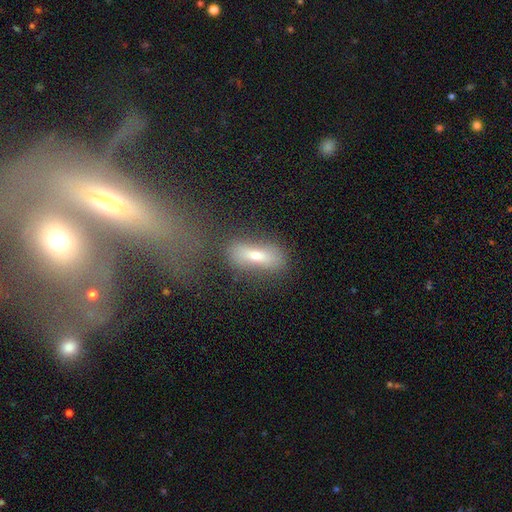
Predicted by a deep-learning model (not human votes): Smooth or featured?
  - smooth: 57% *
  - featured or disk: 30%
  - star or artifact: 13%
How rounded?
  - in between: 67% *
  - cigar-shaped: 25%
  - round: 7%
Merging?
  - none: 59% *
  - minor disturbance: 18%
  - major disturbance: 12%
  - merger: 11%